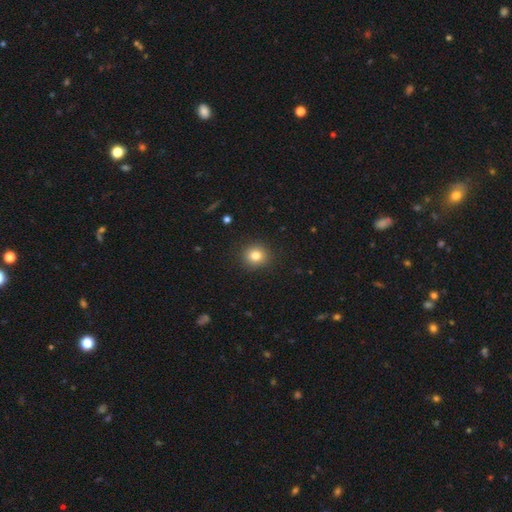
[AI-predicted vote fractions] This appears to be a smooth galaxy with no disk features (81%) that is round (87%). Merging: none (91%).